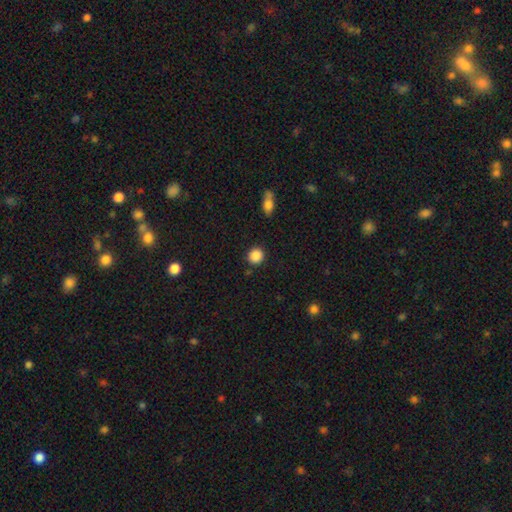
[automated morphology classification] A smooth galaxy with no disk features (88%) that is round (90%).

Vote fractions:
- Smooth or featured? smooth: 88% / star or artifact: 10% / featured or disk: 3%
- How rounded? round: 90% / in between: 9% / cigar-shaped: 1%
- Merging? none: 87% / minor disturbance: 8% / merger: 3% / major disturbance: 3%